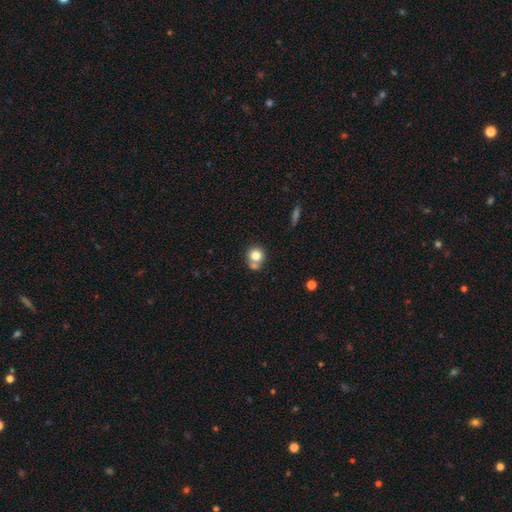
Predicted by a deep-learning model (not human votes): smooth_or_featured: smooth (p=0.78) [alt: featured or disk p=0.12]
how_rounded: round (p=0.87) [alt: in between p=0.12]
merging: none (p=0.55) [alt: merger p=0.32]